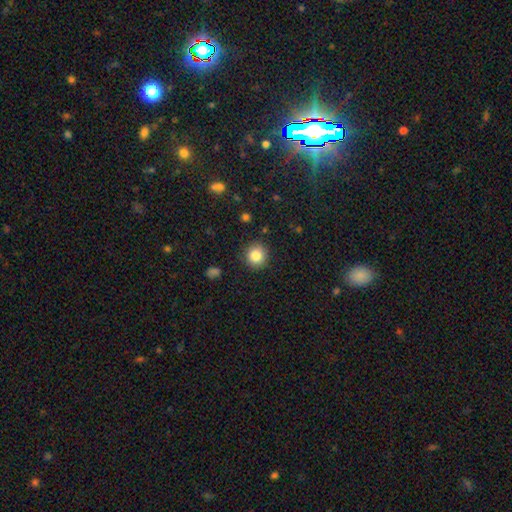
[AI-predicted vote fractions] Smooth or featured? smooth (84%)
How rounded? round (91%)
Merging? none (89%)